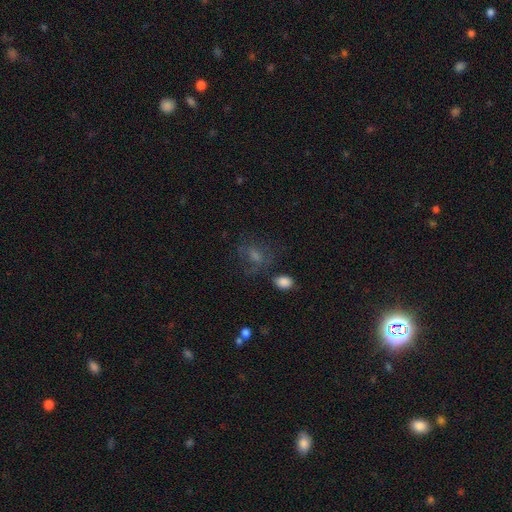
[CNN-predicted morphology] Smooth or featured: smooth — 48% (featured or disk — 30%)
Merging: none — 52% (major disturbance — 22%)